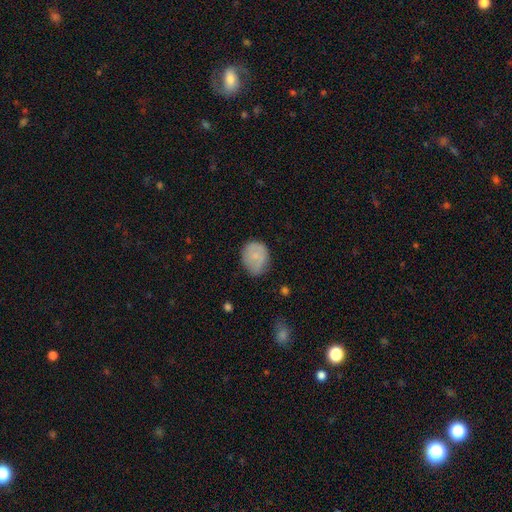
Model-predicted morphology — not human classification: This appears to be a smooth galaxy with no disk features (76%) that is round (58%). Merging: none (63%).